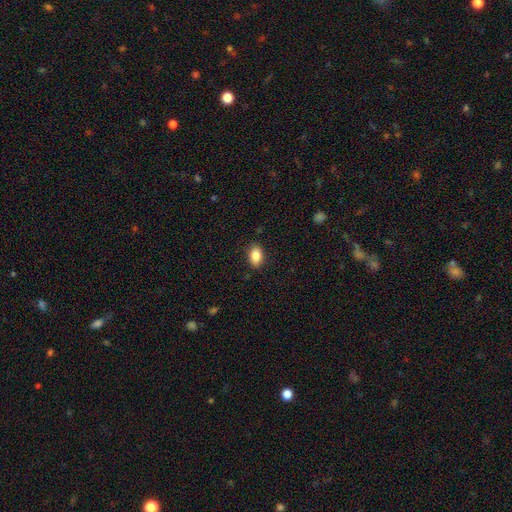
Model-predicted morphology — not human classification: smooth 86%, star or artifact 8%, featured or disk 6%. Down the decision tree: how rounded — in between (88%); merging — none (87%).